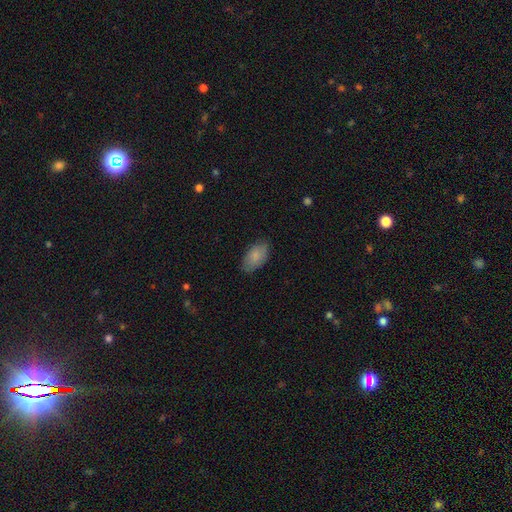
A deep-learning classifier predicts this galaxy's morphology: The model was most divided on "merging": none: 79%, minor disturbance: 17%, major disturbance: 3%, merger: 1%. More confident: how rounded — in between (94%); smooth or featured — smooth (84%).